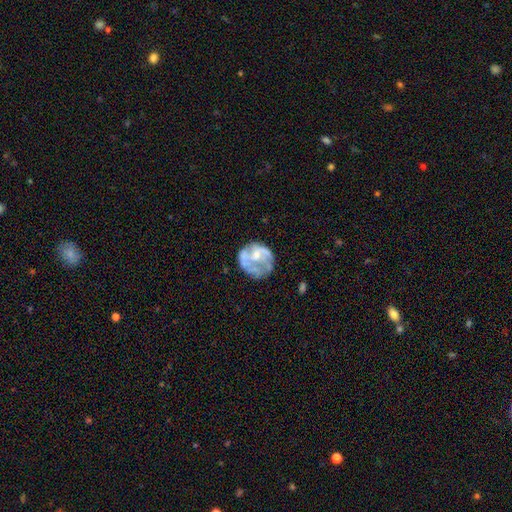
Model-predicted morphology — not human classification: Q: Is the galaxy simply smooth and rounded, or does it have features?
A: featured or disk — 63%.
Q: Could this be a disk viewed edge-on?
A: no — 98%.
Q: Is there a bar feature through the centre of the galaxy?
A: no — 76%.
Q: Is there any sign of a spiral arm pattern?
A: no — 66%.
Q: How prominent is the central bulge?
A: moderate — 39%.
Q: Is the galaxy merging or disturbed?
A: none — 49%.